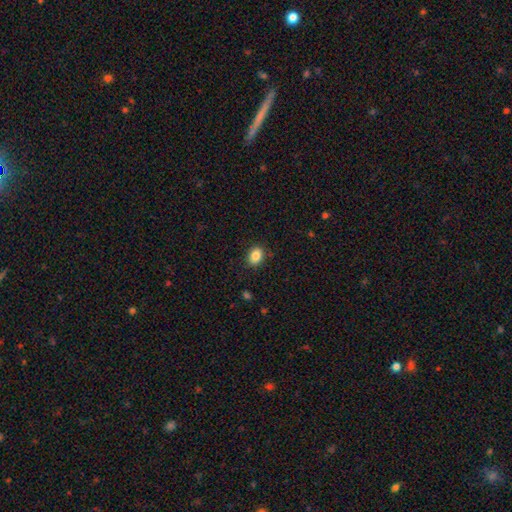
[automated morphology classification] A smooth galaxy with no disk features (87%) that is in between round and cigar-shaped (69%). Merging: none (88%).